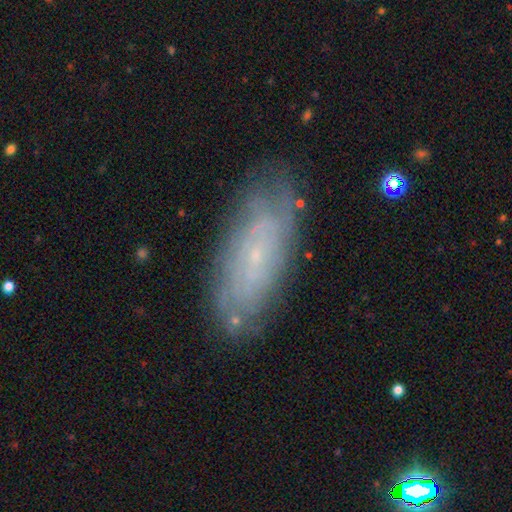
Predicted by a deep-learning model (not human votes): The model was most divided on "smooth or featured": featured or disk: 59%, smooth: 32%, star or artifact: 9%. More confident: edge-on disk — no (87%); bulge size — small (86%); bar — no (81%); merging — none (77%); spiral arms — yes (65%).